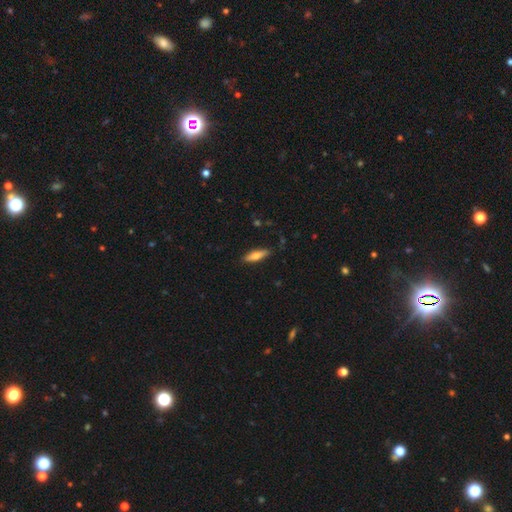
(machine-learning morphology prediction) This is likely a smooth galaxy (66%). How rounded: likely cigar-shaped (64%). Merging: clearly none (86%).